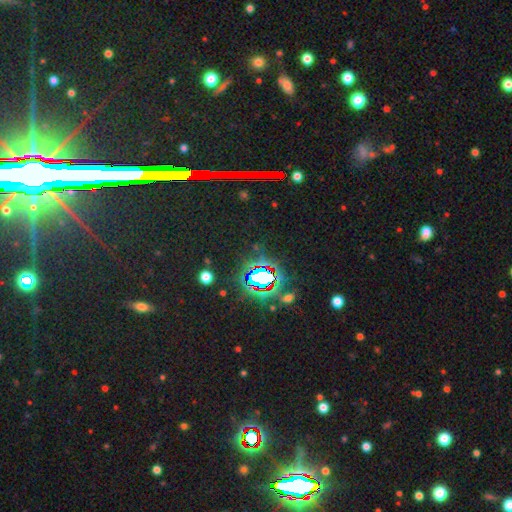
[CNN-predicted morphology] smooth_or_featured: star or artifact (p=0.82) [alt: smooth p=0.09]